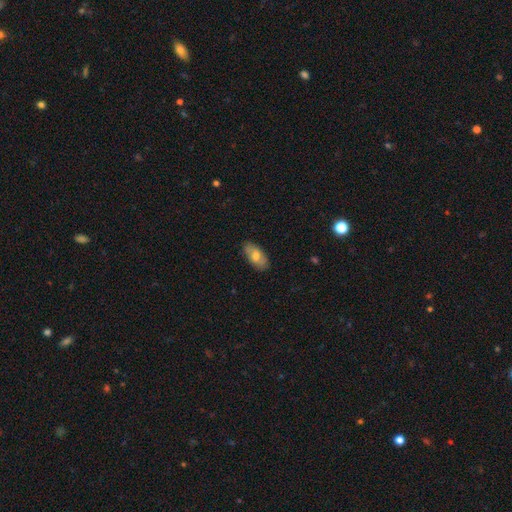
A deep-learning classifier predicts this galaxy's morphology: Smooth or featured? smooth (70%)
How rounded? in between (92%)
Merging? none (84%)